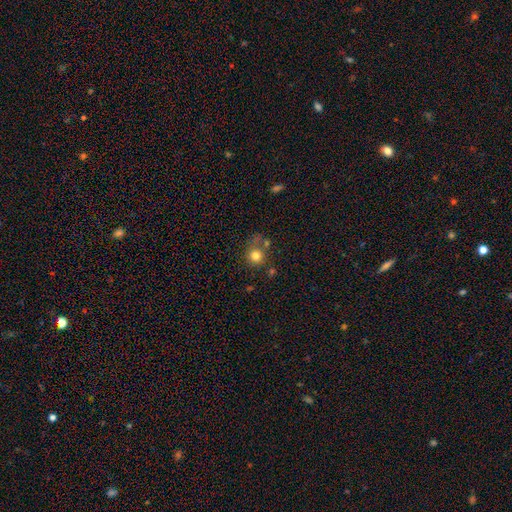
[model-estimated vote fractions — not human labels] Morphology: type=smooth (78%); roundness=round (88%); merging=none (57%).